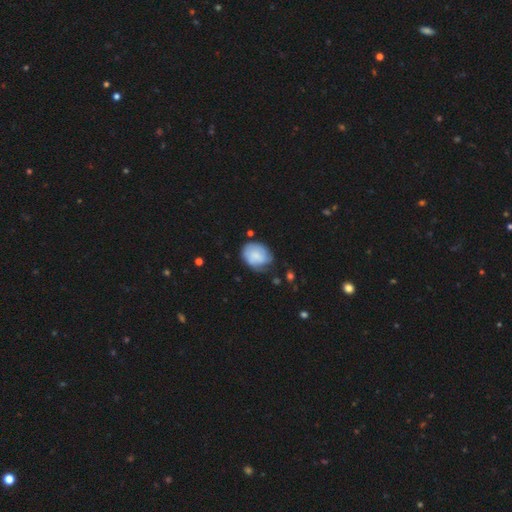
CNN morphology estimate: Q: Smooth or featured?
A: smooth (66%); runner-up: featured or disk (27%)
Q: How rounded?
A: in between (50%); runner-up: round (49%)
Q: Merging?
A: none (53%); runner-up: minor disturbance (33%)